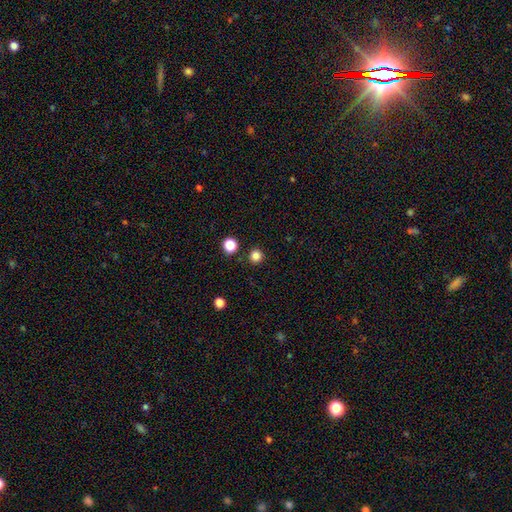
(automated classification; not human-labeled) smooth 83%, star or artifact 13%, featured or disk 4%. Down the decision tree: how rounded — round (95%); merging — none (90%).